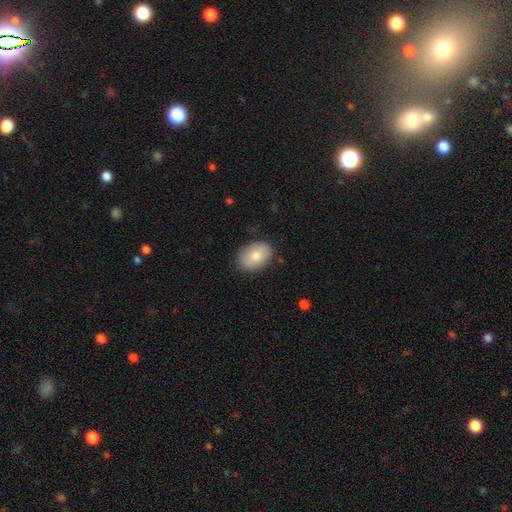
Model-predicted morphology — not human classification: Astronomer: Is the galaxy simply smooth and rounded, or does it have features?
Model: smooth — 81%.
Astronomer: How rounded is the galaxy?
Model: in between — 85%.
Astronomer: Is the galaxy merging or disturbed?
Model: none — 85%.